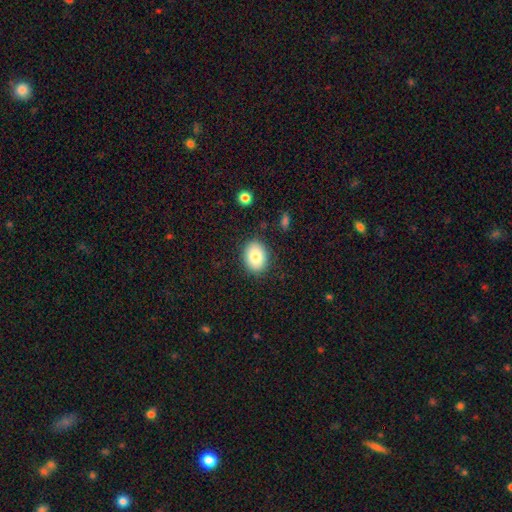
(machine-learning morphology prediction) Smooth or featured? smooth (83%)
How rounded? in between (64%)
Merging? none (86%)